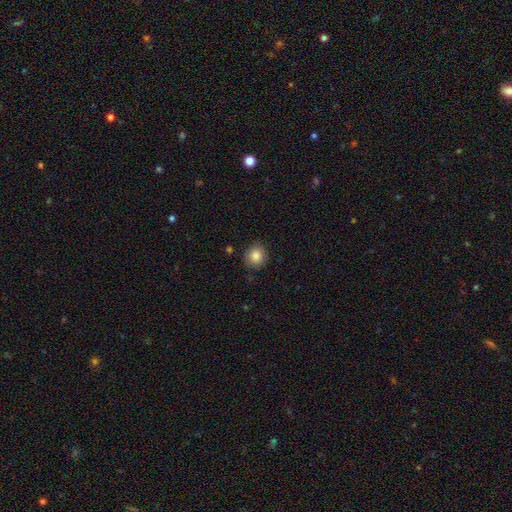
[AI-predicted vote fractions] Smooth or featured?
  - smooth: 86% *
  - star or artifact: 9%
  - featured or disk: 6%
How rounded?
  - round: 84% *
  - in between: 15%
  - cigar-shaped: 1%
Merging?
  - none: 83% *
  - minor disturbance: 13%
  - major disturbance: 3%
  - merger: 1%